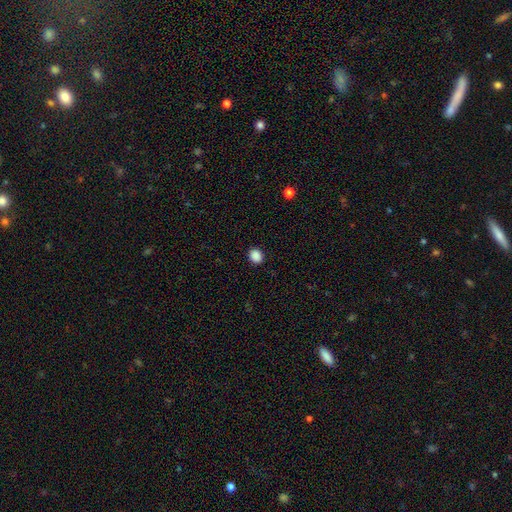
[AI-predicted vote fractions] A smooth galaxy with no disk features (89%) that is round (59%).

Vote fractions:
- Smooth or featured? smooth: 89% / star or artifact: 9% / featured or disk: 2%
- How rounded? round: 59% / in between: 40% / cigar-shaped: 1%
- Merging? none: 91% / minor disturbance: 6% / major disturbance: 2% / merger: 1%